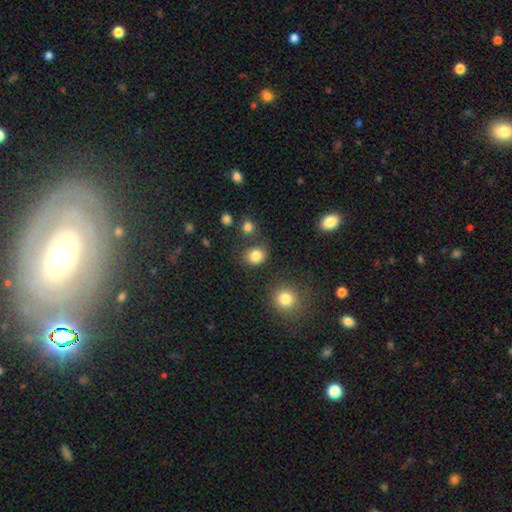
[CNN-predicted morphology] type=smooth (83%); roundness=round (65%); merging=none (76%).